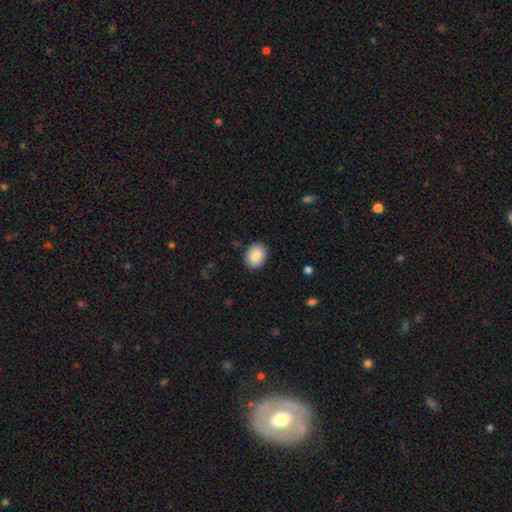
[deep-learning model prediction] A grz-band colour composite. It shows a smooth galaxy with no disk features (87%) that is in between round and cigar-shaped (69%). Merging: none (88%).